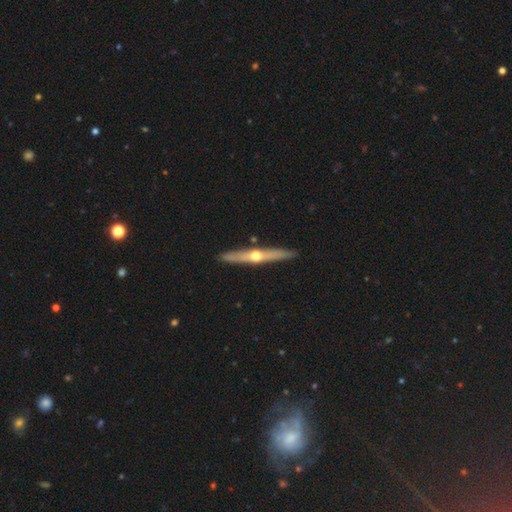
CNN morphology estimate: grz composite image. It shows a featured or disk galaxy (69%) viewed edge-on (96%) with a rounded central bulge (92%). Merging: none (90%).